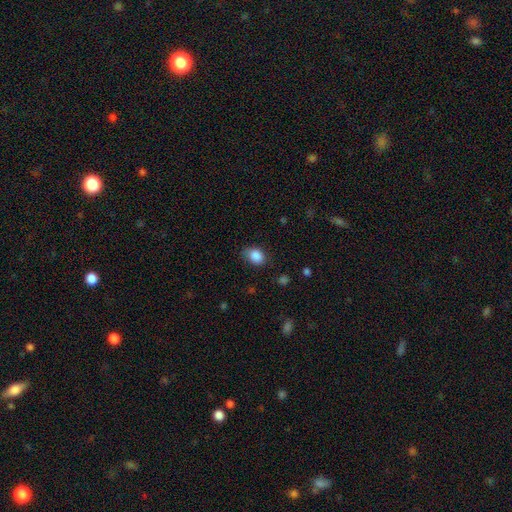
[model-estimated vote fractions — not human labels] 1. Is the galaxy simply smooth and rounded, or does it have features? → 87% smooth, 9% star or artifact, 4% featured or disk.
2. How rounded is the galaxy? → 55% in between, 44% round, 1% cigar-shaped.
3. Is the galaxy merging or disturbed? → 66% none, 26% minor disturbance, 7% major disturbance, 1% merger.